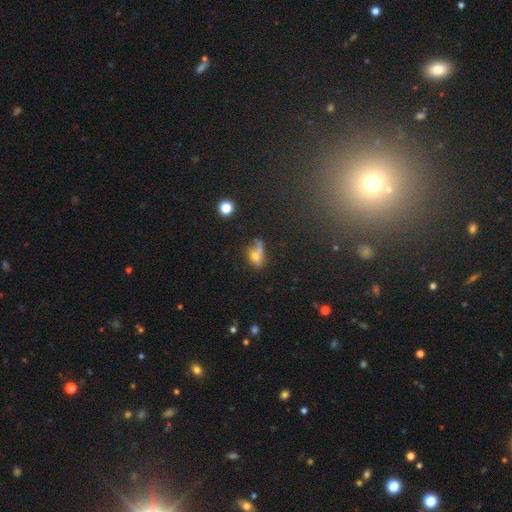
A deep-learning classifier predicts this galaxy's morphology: The model was most divided on "merging": none: 34%, major disturbance: 26%, minor disturbance: 23%, merger: 18%. More confident: how rounded — in between (68%); smooth or featured — smooth (55%).